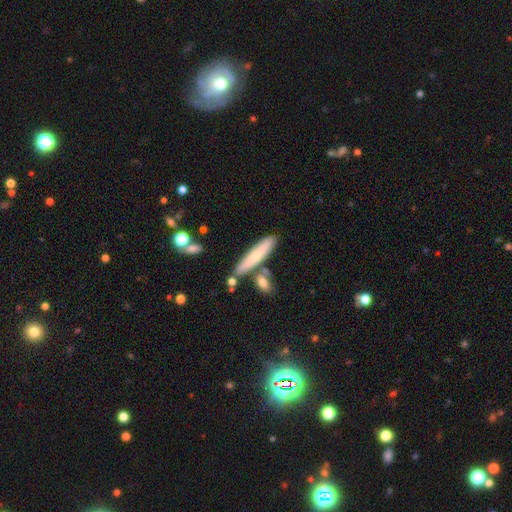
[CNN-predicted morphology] A smooth galaxy with no disk features (66%) that is cigar-shaped (85%).

Vote fractions:
- Smooth or featured? smooth: 66% / featured or disk: 27% / star or artifact: 6%
- How rounded? cigar-shaped: 85% / in between: 14% / round: 2%
- Merging? none: 73% / minor disturbance: 13% / merger: 11% / major disturbance: 3%